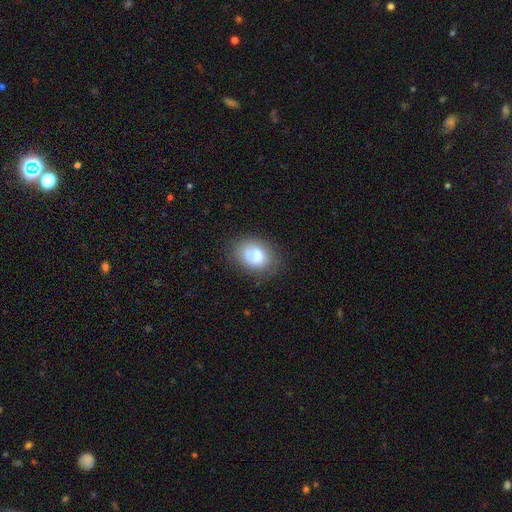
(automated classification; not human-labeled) Overall: smooth (68%). How rounded: in between (64%; round 35%). Merging: none (57%; minor disturbance 23%).